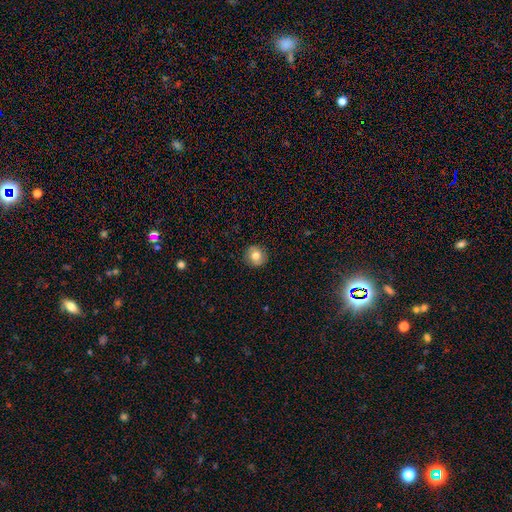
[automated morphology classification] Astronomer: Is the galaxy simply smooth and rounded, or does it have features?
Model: smooth — 77%.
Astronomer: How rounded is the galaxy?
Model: round — 91%.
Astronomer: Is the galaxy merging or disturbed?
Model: none — 89%.